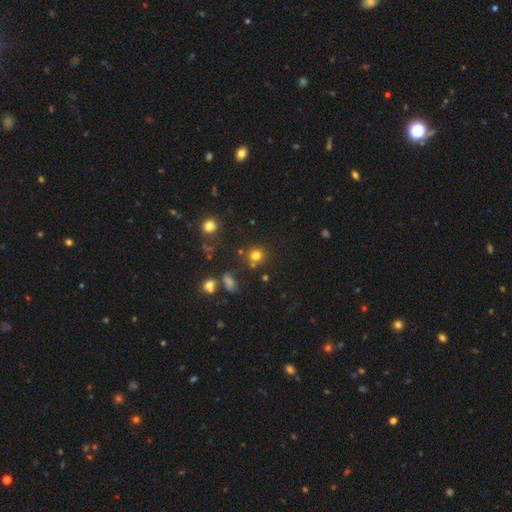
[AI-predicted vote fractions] Q: Smooth or featured?
A: smooth (76%); runner-up: star or artifact (17%)
Q: How rounded?
A: round (88%); runner-up: in between (11%)
Q: Merging?
A: none (78%); runner-up: minor disturbance (9%)